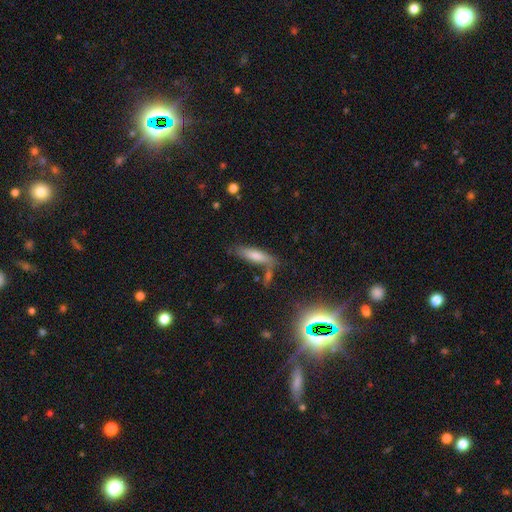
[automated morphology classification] This appears to be a smooth galaxy with no disk features (62%) that is cigar-shaped (63%). Merging: none (64%).